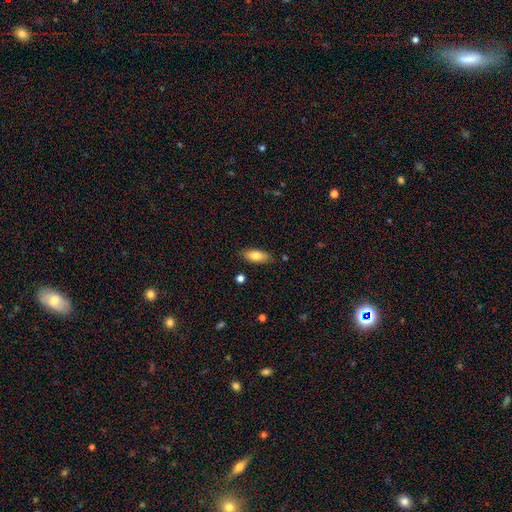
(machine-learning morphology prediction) Q: Smooth or featured?
A: smooth (80%); runner-up: featured or disk (13%)
Q: How rounded?
A: in between (82%); runner-up: cigar-shaped (15%)
Q: Merging?
A: none (83%); runner-up: minor disturbance (12%)